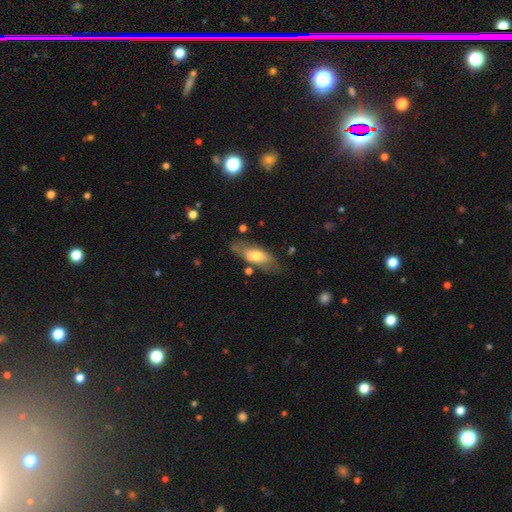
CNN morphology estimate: smooth_or_featured: smooth (p=0.55) [alt: featured or disk p=0.38]
how_rounded: in between (p=0.68) [alt: cigar-shaped p=0.30]
merging: none (p=0.67) [alt: minor disturbance p=0.21]